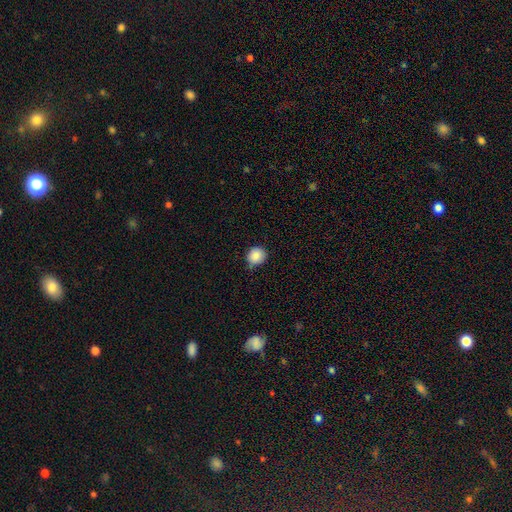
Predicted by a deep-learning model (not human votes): Smooth or featured?
  - smooth: 87% *
  - star or artifact: 9%
  - featured or disk: 4%
How rounded?
  - round: 86% *
  - in between: 13%
  - cigar-shaped: 1%
Merging?
  - none: 79% *
  - minor disturbance: 17%
  - major disturbance: 3%
  - merger: 2%